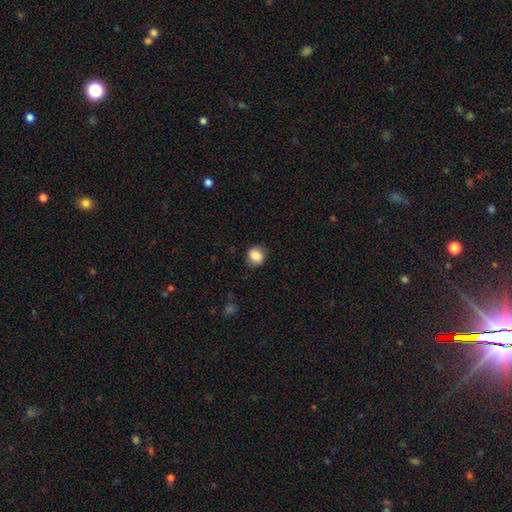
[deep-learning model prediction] Smooth or featured? Predicted: smooth (p=0.84). How rounded? Predicted: round (p=0.73). Merging? Predicted: none (p=0.80).